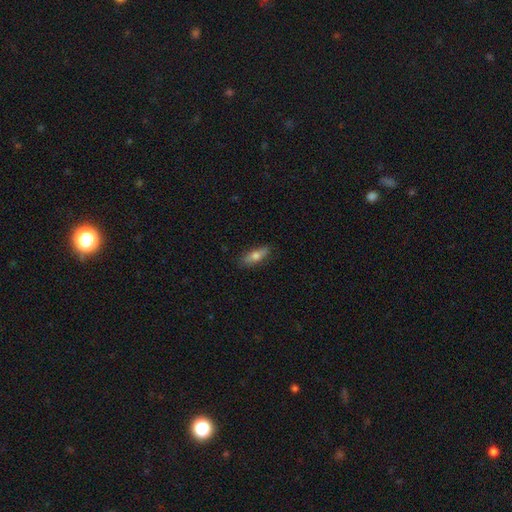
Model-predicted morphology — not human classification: Smooth or featured: smooth — 66% (featured or disk — 28%)
How rounded: in between — 59% (cigar-shaped — 37%)
Merging: none — 82% (minor disturbance — 14%)